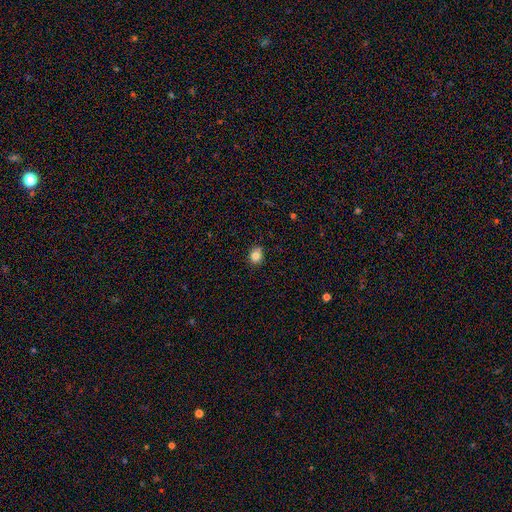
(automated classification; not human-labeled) smooth-or-featured: smooth: 82% | star or artifact: 11% | featured or disk: 7%
  how-rounded: round: 67% | in between: 32% | cigar-shaped: 1%
  merging: none: 84% | minor disturbance: 13% | major disturbance: 2% | merger: 2%